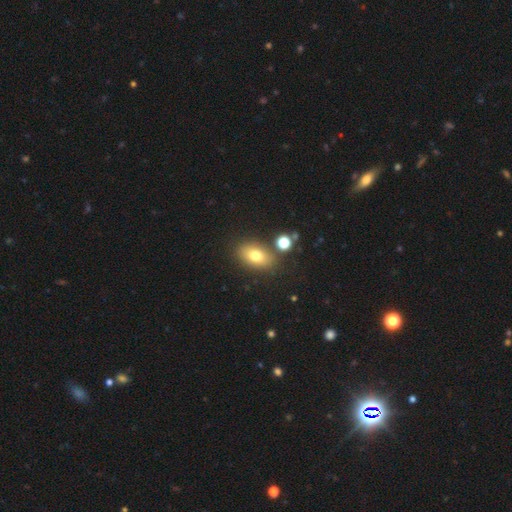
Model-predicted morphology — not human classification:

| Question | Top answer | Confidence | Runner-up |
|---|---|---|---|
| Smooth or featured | smooth | 75% | featured or disk (14%) |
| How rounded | in between | 84% | round (14%) |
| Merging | none | 79% | minor disturbance (11%) |